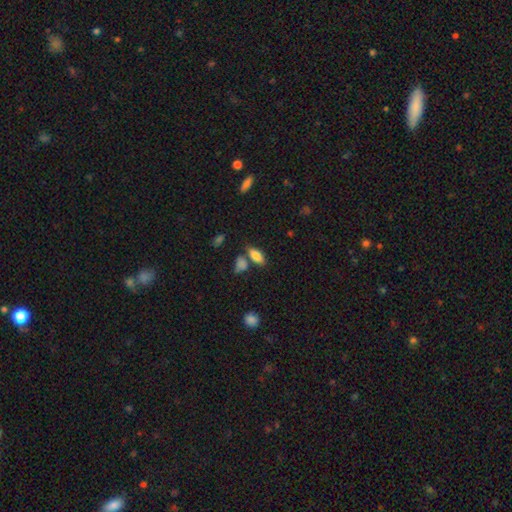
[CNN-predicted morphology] Smooth or featured? Predicted: smooth (p=0.84). How rounded? Predicted: in between (p=0.85). Merging? Predicted: none (p=0.63).